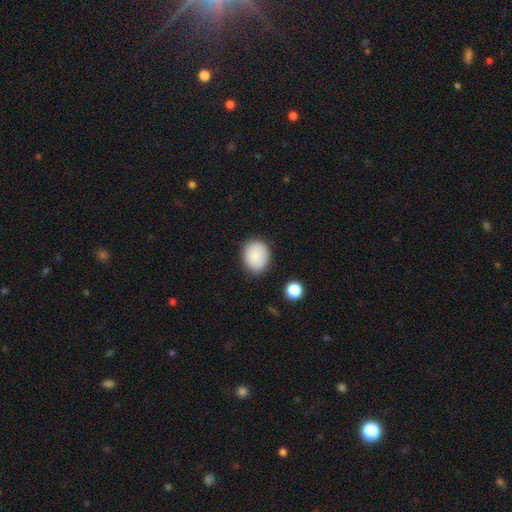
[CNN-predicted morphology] smooth_or_featured: smooth (p=0.84) [alt: star or artifact p=0.08]
how_rounded: round (p=0.56) [alt: in between p=0.43]
merging: none (p=0.83) [alt: minor disturbance p=0.12]